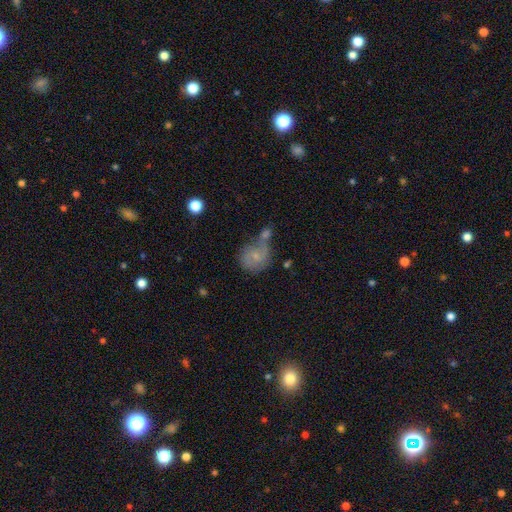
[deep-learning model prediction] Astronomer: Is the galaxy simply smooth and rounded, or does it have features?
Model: smooth — 60%.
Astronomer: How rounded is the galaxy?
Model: round — 74%.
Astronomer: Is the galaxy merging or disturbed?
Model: merger — 37% (runner-up: none, 36%).